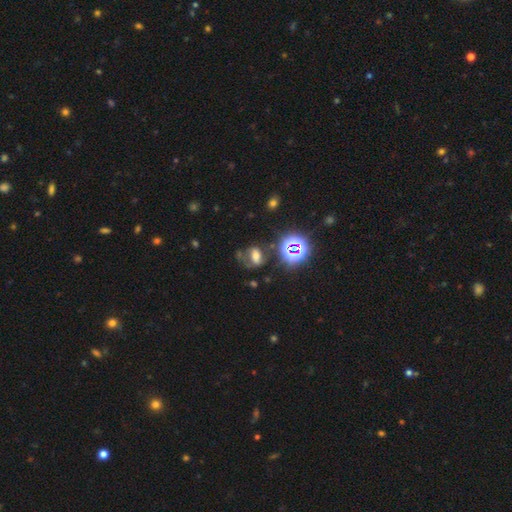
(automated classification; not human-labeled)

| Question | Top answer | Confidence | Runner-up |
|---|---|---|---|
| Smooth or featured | smooth | 39% | star or artifact (32%) |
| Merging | none | 51% | minor disturbance (22%) |